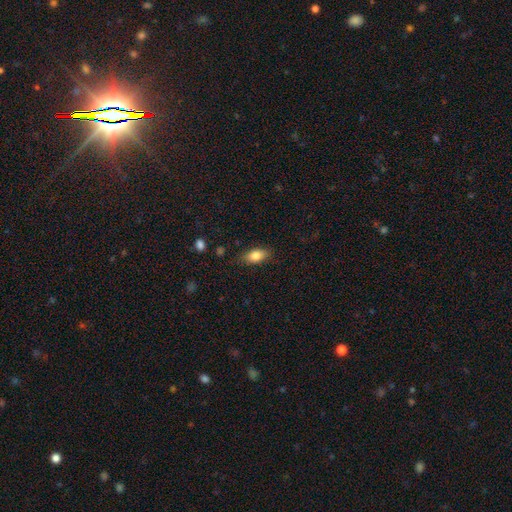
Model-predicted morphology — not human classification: This is clearly a smooth galaxy (81%). How rounded: clearly in between (87%). Merging: clearly none (81%).